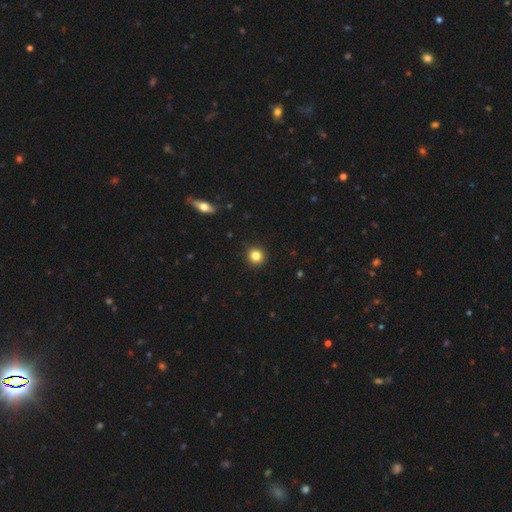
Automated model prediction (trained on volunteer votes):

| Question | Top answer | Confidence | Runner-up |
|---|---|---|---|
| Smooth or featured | smooth | 84% | star or artifact (11%) |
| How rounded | round | 92% | in between (8%) |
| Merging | none | 92% | minor disturbance (5%) |